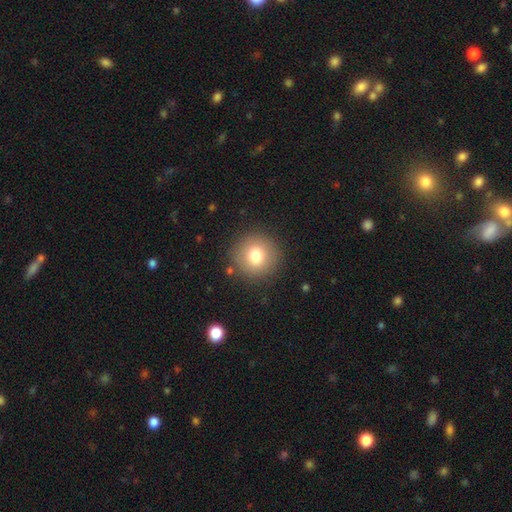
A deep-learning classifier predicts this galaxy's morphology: This is likely a smooth galaxy (77%). How rounded: clearly round (95%). Merging: clearly none (89%).